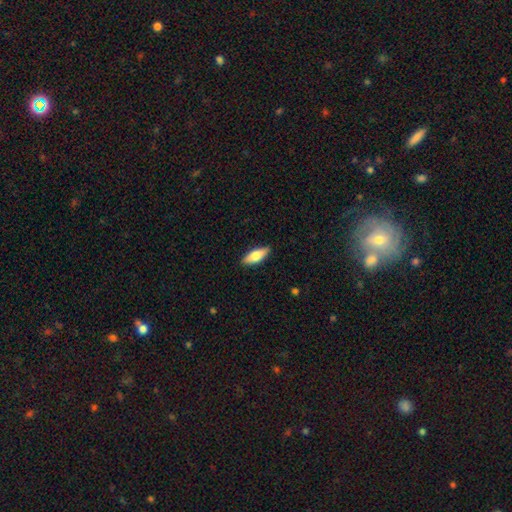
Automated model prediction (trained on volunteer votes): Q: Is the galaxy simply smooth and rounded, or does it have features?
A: smooth — 69%.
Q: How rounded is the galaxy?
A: in between — 66%.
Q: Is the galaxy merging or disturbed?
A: none — 89%.